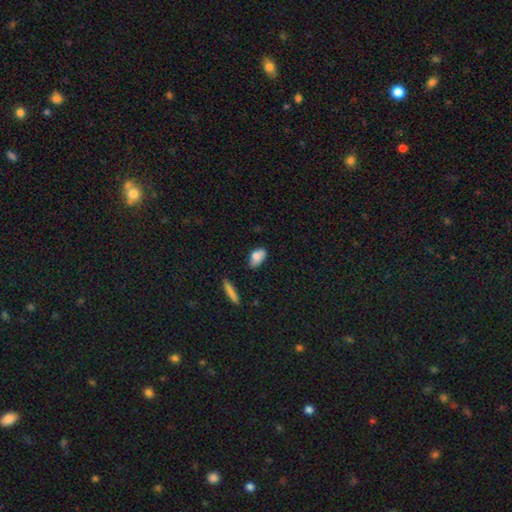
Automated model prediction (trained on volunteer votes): Overall: smooth (78%). How rounded: in between (88%). Merging: none (66%).